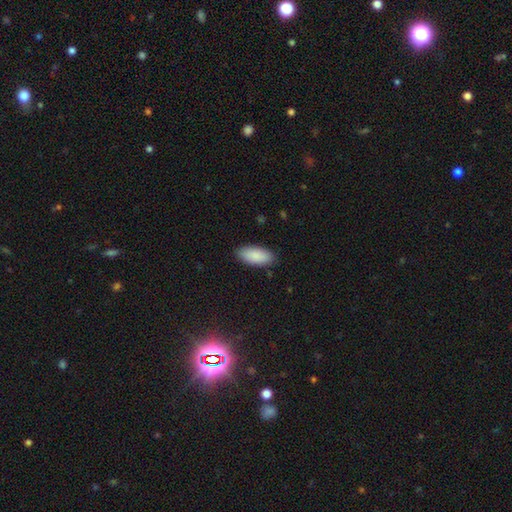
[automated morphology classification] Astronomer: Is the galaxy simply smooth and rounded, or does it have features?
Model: smooth — 89%.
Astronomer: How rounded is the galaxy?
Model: in between — 88%.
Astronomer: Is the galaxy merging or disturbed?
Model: none — 86%.